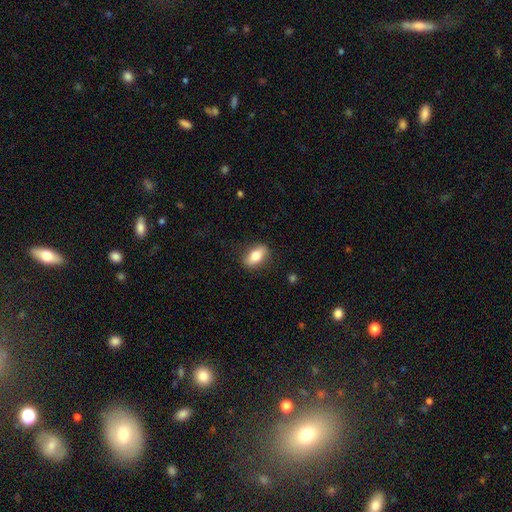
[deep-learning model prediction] Morphology: type=smooth (78%); roundness=in between (85%); merging=none (83%).